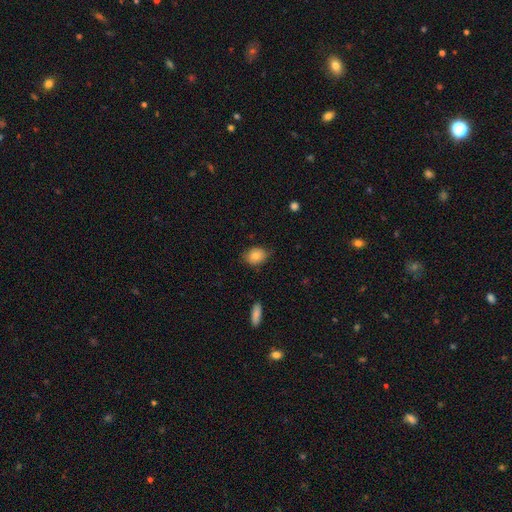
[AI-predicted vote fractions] smooth 83%, featured or disk 9%, star or artifact 8%. Down the decision tree: how rounded — in between (62%); merging — none (73%).